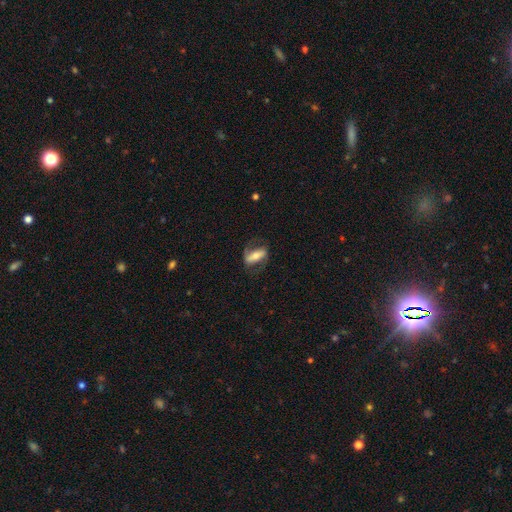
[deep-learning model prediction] smooth_or_featured: featured or disk (p=0.60) [alt: smooth p=0.33]
disk_edge_on: no (p=0.85) [alt: yes p=0.15]
bar: strong (p=0.61) [alt: weak p=0.20]
has_spiral_arms: yes (p=0.73) [alt: no p=0.27]
bulge_size: moderate (p=0.49) [alt: small p=0.34]
merging: none (p=0.66) [alt: minor disturbance p=0.18]